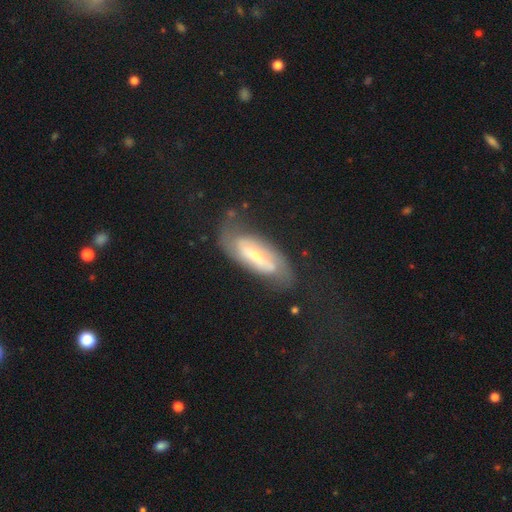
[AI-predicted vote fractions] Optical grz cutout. It shows a featured or disk galaxy (71%) with a weak bar (42%), 2 (75%) medium (41%) spiral arms (86%) and a small central bulge (50%). Merging: none (62%).